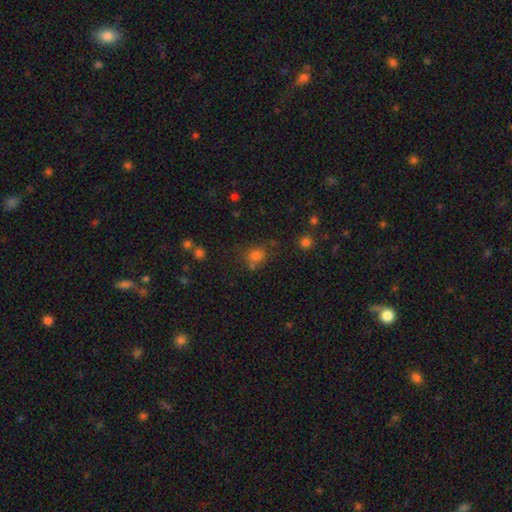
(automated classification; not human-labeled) smooth-or-featured: smooth: 73% | star or artifact: 19% | featured or disk: 9%
  how-rounded: round: 73% | in between: 26% | cigar-shaped: 1%
  merging: none: 65% | merger: 15% | minor disturbance: 15% | major disturbance: 6%